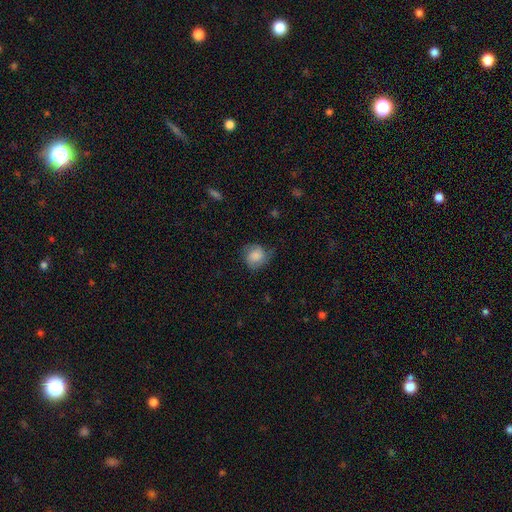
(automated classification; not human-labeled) The model was most divided on "merging": none: 58%, minor disturbance: 29%, major disturbance: 11%, merger: 1%. More confident: how rounded — round (74%); smooth or featured — smooth (68%).